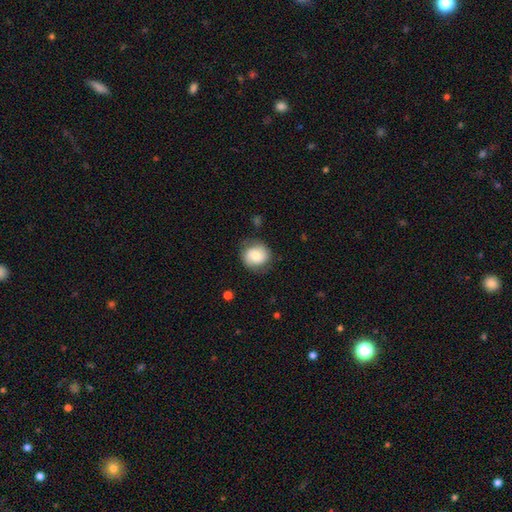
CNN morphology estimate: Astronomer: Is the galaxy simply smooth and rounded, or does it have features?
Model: smooth — 63%.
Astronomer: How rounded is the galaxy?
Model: round — 81%.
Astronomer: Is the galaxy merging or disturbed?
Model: none — 73%.